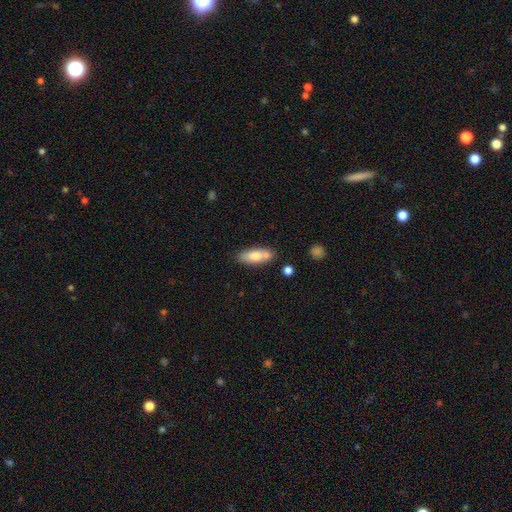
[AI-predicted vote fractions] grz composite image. It shows a smooth galaxy with no disk features (72%) that is in between round and cigar-shaped (72%). Merging: none (62%).